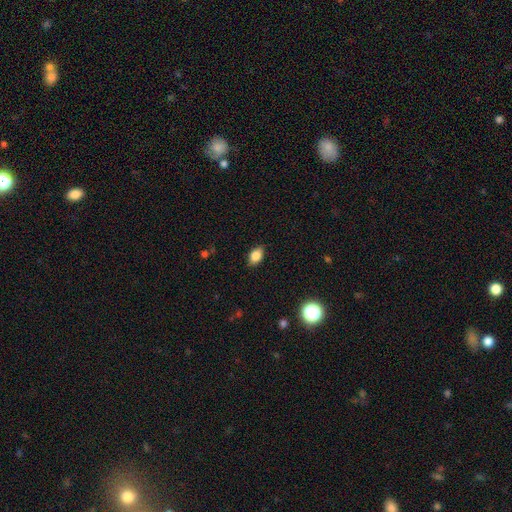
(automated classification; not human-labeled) Smooth or featured: smooth — 84% (star or artifact — 9%)
How rounded: in between — 86% (round — 12%)
Merging: none — 86% (minor disturbance — 11%)